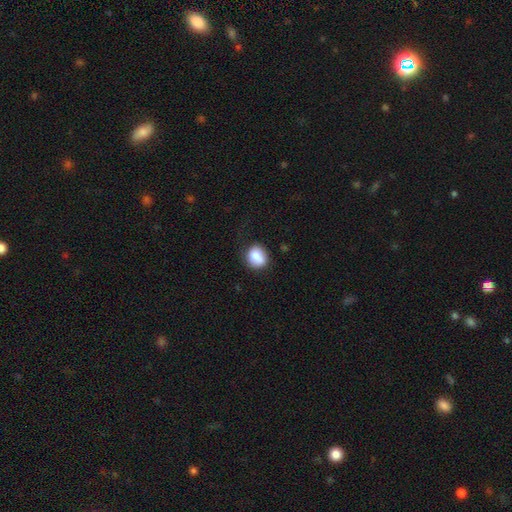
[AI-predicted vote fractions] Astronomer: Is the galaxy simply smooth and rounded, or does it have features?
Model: smooth — 82%.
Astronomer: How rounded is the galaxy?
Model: round — 67%.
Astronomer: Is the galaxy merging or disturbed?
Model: none — 69%.